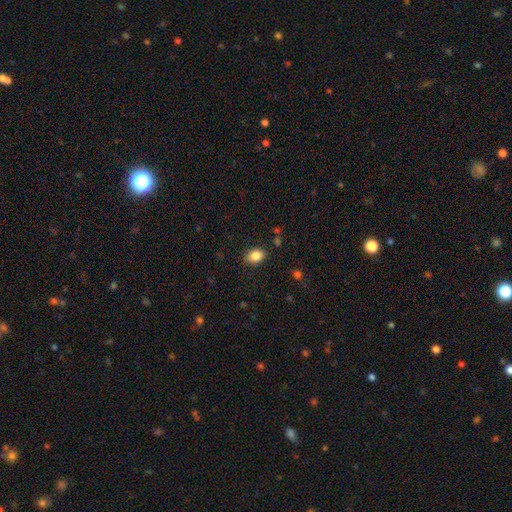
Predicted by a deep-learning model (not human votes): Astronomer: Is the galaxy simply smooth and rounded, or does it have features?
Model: smooth — 85%.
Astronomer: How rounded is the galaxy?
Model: in between — 70%.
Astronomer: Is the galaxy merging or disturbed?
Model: none — 86%.